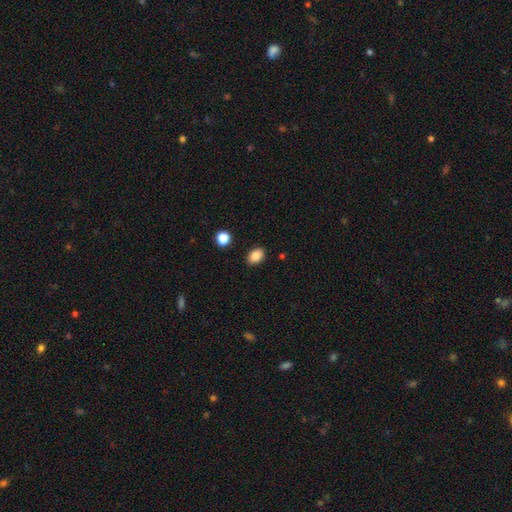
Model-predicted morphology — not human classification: Overall: smooth (87%). How rounded: in between (80%). Merging: none (88%).